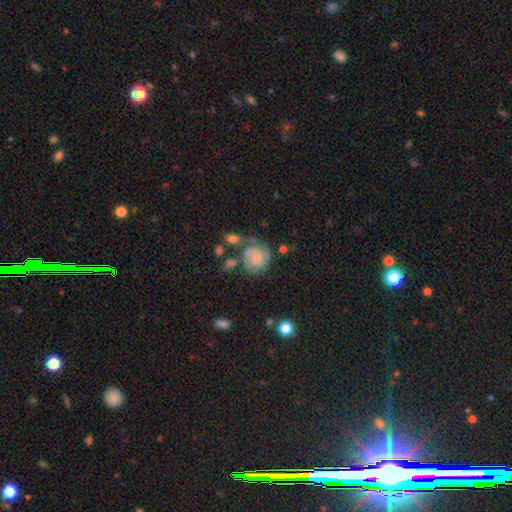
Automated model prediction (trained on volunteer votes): Smooth or featured? Predicted: featured or disk (p=0.57). Edge-on disk? Predicted: no (p=0.98). Bar? Predicted: no (p=0.70). Spiral arms? Predicted: yes (p=0.86). Bulge size? Predicted: small (p=0.41). Merging? Predicted: none (p=0.48).